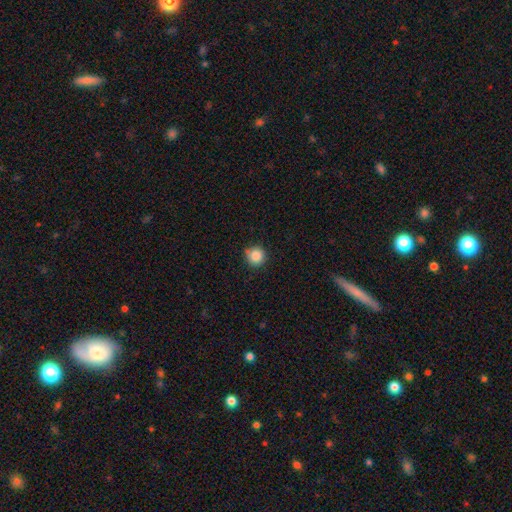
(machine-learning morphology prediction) The model was most divided on "merging": none: 83%, minor disturbance: 13%, major disturbance: 2%, merger: 2%. More confident: how rounded — round (95%); smooth or featured — smooth (86%).